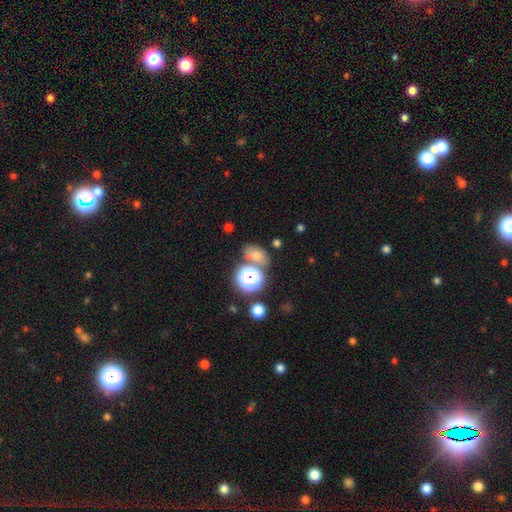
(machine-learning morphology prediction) type=smooth (65%); roundness=in between (64%); merging=none (61%).